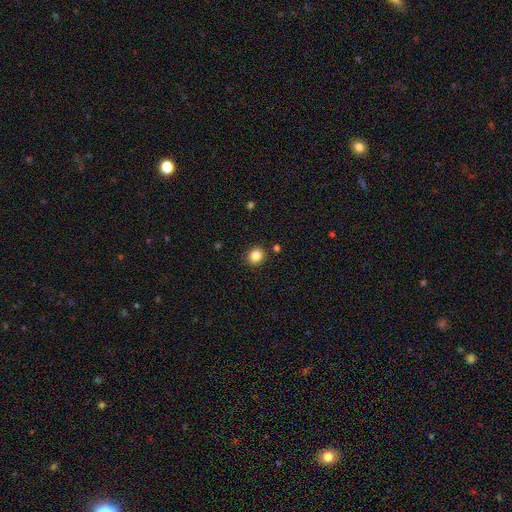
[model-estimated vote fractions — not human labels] The model was most divided on "how rounded": round: 75%, in between: 24%, cigar-shaped: 1%. More confident: merging — none (89%); smooth or featured — smooth (84%).